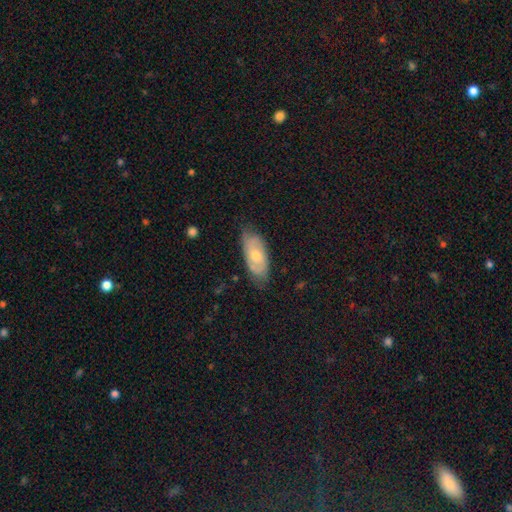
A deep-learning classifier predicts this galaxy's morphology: A smooth galaxy with no disk features (48%). Merging: none (69%).